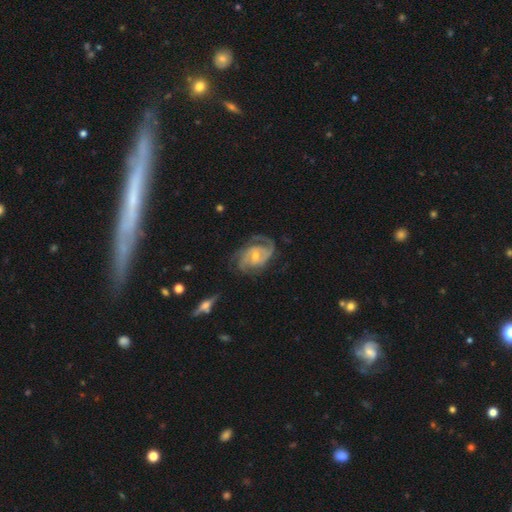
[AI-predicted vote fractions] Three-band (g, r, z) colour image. It shows a featured or disk galaxy (88%) with a weak bar (46%), 2 (44%) tight (47%) spiral arms (97%) and a moderate central bulge (50%). Merging: none (63%).